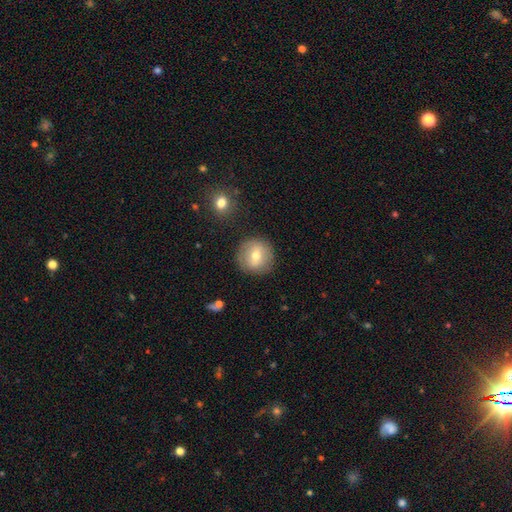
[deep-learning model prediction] This is likely a smooth galaxy (64%). How rounded: clearly round (93%). Merging: clearly none (86%).